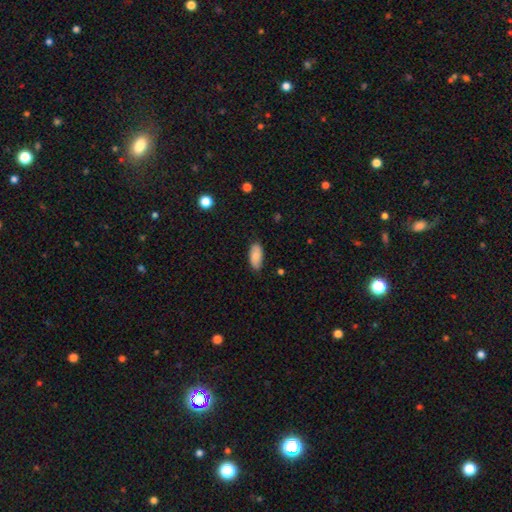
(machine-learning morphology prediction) Smooth or featured: smooth — 83% (featured or disk — 10%)
How rounded: in between — 91% (cigar-shaped — 7%)
Merging: none — 82% (minor disturbance — 14%)